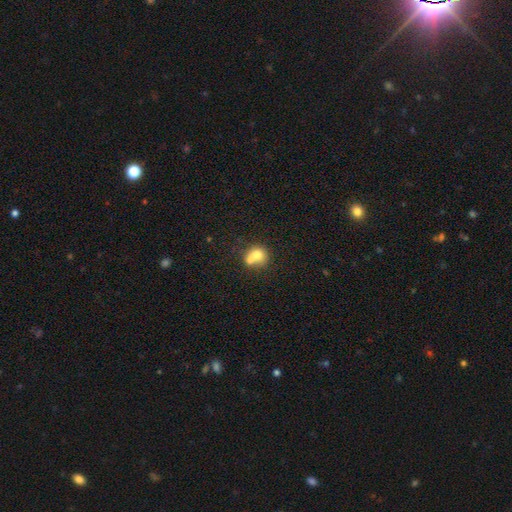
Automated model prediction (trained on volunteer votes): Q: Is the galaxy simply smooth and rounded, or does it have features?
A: smooth — 70%.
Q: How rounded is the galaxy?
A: round — 66%.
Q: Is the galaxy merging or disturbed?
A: merger — 54%.